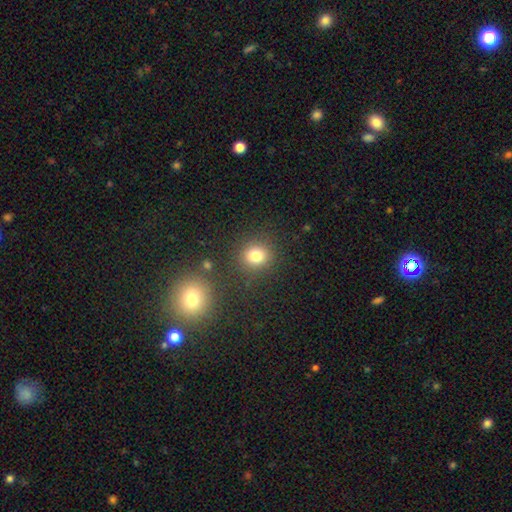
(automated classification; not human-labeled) Q: Smooth or featured?
A: smooth (80%); runner-up: star or artifact (14%)
Q: How rounded?
A: round (84%); runner-up: in between (15%)
Q: Merging?
A: none (84%); runner-up: minor disturbance (8%)